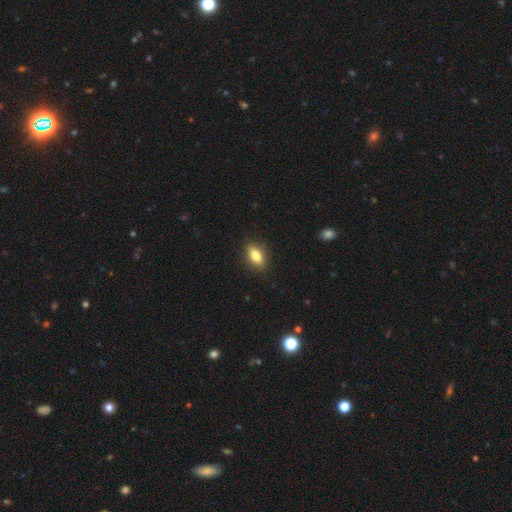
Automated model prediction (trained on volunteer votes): This appears to be a smooth galaxy with no disk features (80%) that is in between round and cigar-shaped (83%). Merging: none (86%).